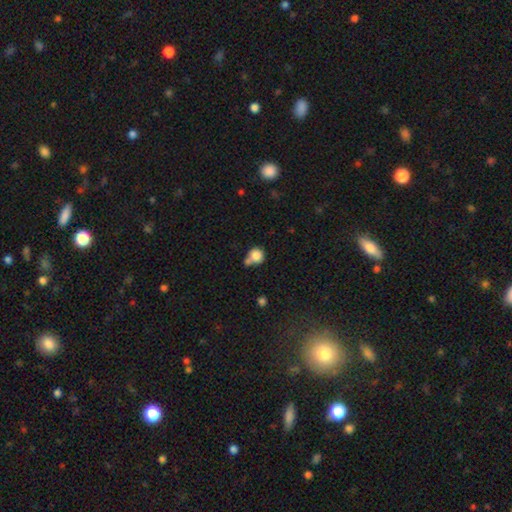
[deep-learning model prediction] This appears to be a smooth galaxy with no disk features (83%) that is round (84%). Merging: none (42%).